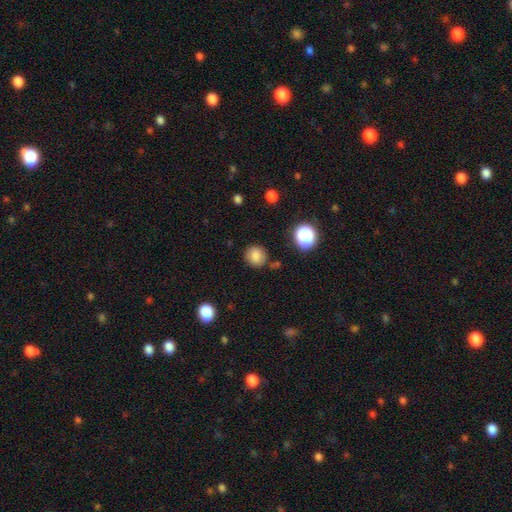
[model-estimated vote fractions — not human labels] Overall: smooth (80%). How rounded: round (86%). Merging: none (82%).